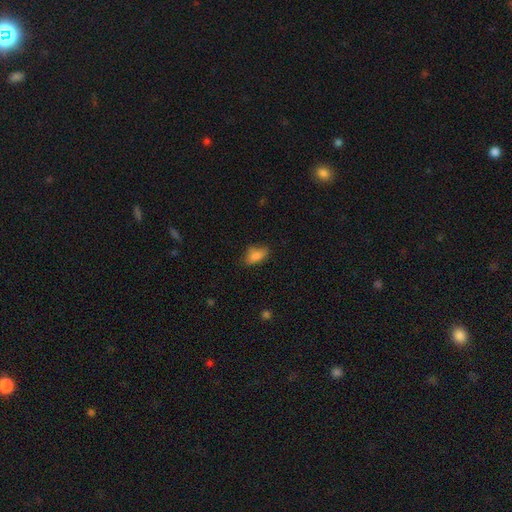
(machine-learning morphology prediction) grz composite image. It shows a smooth galaxy with no disk features (81%) that is in between round and cigar-shaped (86%). Merging: none (66%).